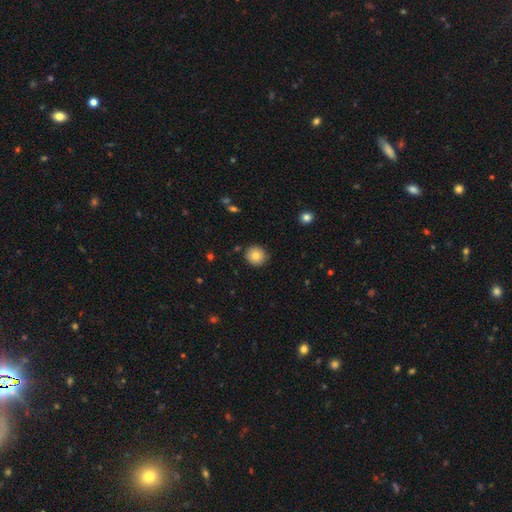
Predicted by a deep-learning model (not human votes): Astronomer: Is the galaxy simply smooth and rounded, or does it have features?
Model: smooth — 83%.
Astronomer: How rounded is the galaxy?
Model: round — 91%.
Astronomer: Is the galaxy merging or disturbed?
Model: none — 88%.